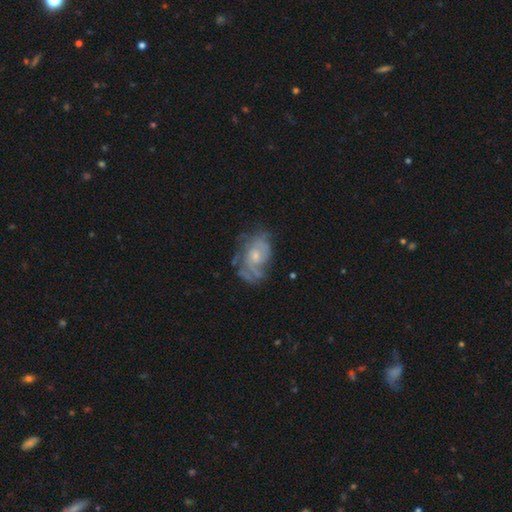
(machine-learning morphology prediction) Smooth or featured?
  - featured or disk: 72% *
  - smooth: 20%
  - star or artifact: 8%
Edge-on disk?
  - no: 96% *
  - yes: 4%
Bar?
  - no: 73% *
  - weak: 23%
  - strong: 3%
Spiral arms?
  - yes: 74% *
  - no: 26%
Spiral winding?
  - tight: 48% *
  - medium: 35%
  - loose: 16%
Spiral arm count?
  - can't tell: 51% *
  - 2: 22%
  - 3: 12%
  - 1: 7%
  - 4: 5%
  - more than 4: 4%
Bulge size?
  - small: 51% *
  - moderate: 40%
  - none: 5%
  - large: 3%
  - dominant: 1%
Merging?
  - none: 56% *
  - minor disturbance: 24%
  - major disturbance: 18%
  - merger: 3%